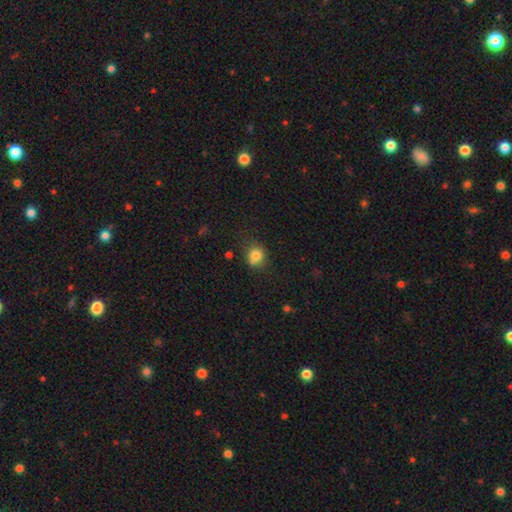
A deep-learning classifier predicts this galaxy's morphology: smooth-or-featured: smooth: 79% | star or artifact: 12% | featured or disk: 9%
  how-rounded: round: 76% | in between: 23% | cigar-shaped: 1%
  merging: none: 65% | minor disturbance: 20% | merger: 10% | major disturbance: 5%